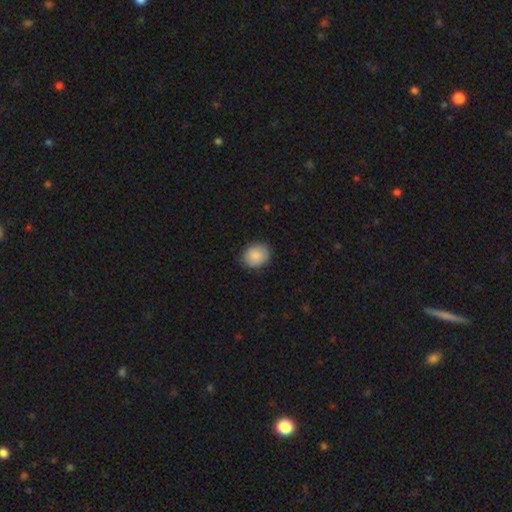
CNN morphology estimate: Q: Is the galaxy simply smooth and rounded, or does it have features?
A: smooth — 88%.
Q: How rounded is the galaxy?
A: round — 55%.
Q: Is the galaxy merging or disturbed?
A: none — 87%.